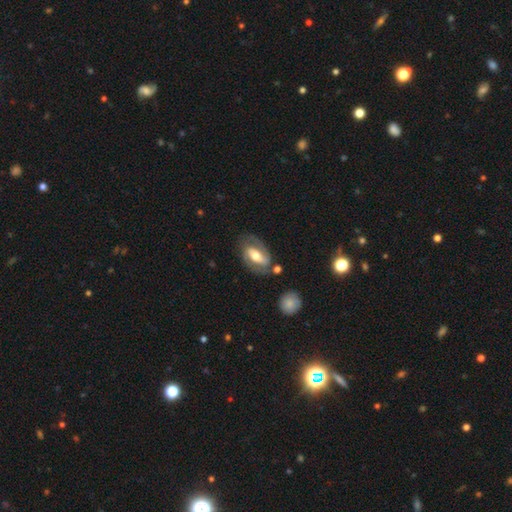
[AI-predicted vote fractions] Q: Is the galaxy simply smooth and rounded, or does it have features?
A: featured or disk — 71%.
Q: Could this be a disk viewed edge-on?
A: no — 94%.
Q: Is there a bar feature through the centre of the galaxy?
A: strong — 45%.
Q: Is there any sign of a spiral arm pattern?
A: yes — 84%.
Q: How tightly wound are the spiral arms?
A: medium — 47%.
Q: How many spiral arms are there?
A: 2 — 83%.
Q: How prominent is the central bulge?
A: moderate — 68%.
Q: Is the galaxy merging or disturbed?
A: none — 70%.